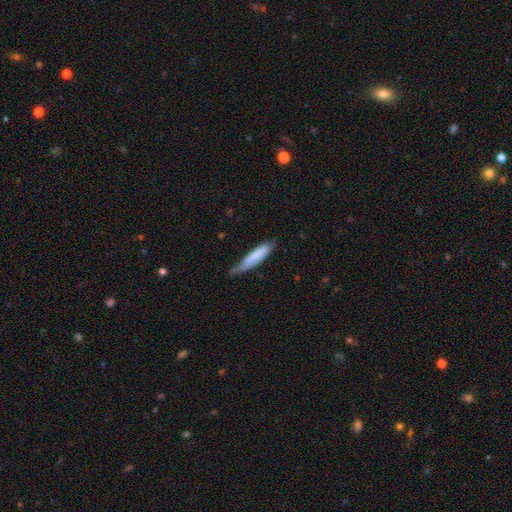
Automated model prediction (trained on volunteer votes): Smooth or featured? smooth (74%)
How rounded? cigar-shaped (82%)
Merging? none (54%)